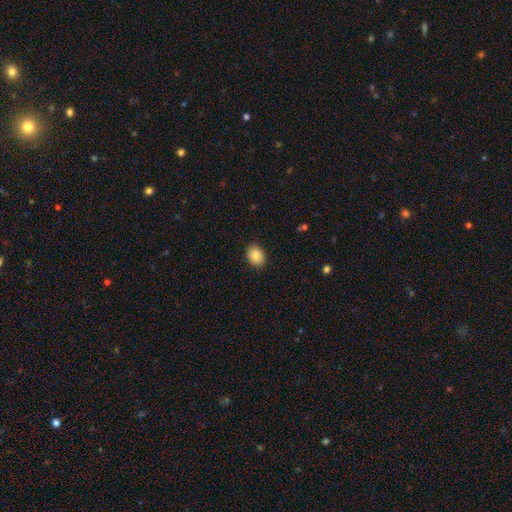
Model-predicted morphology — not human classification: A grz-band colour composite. It shows a smooth galaxy with no disk features (87%) that is in between round and cigar-shaped (67%). Merging: none (89%).